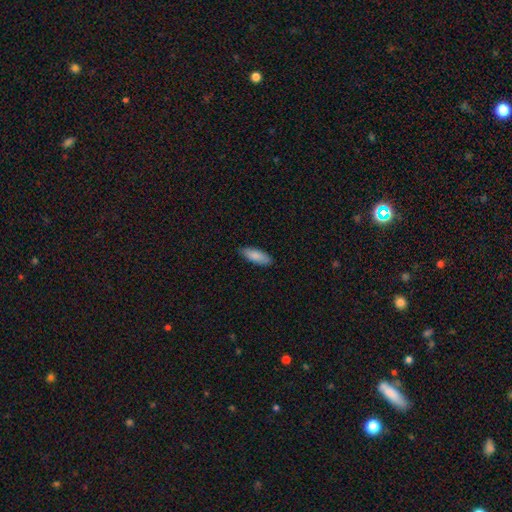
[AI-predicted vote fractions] A smooth galaxy with no disk features (87%) that is in between round and cigar-shaped (69%).

Vote fractions:
- Smooth or featured? smooth: 87% / featured or disk: 7% / star or artifact: 6%
- How rounded? in between: 69% / cigar-shaped: 30% / round: 2%
- Merging? none: 86% / minor disturbance: 11% / major disturbance: 2% / merger: 1%